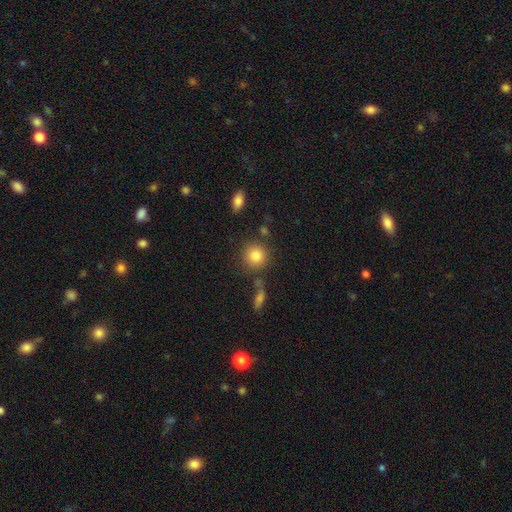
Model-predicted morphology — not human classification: Smooth or featured?
  - smooth: 83% *
  - star or artifact: 9%
  - featured or disk: 7%
How rounded?
  - round: 89% *
  - in between: 9%
  - cigar-shaped: 1%
Merging?
  - none: 78% *
  - minor disturbance: 10%
  - merger: 8%
  - major disturbance: 4%